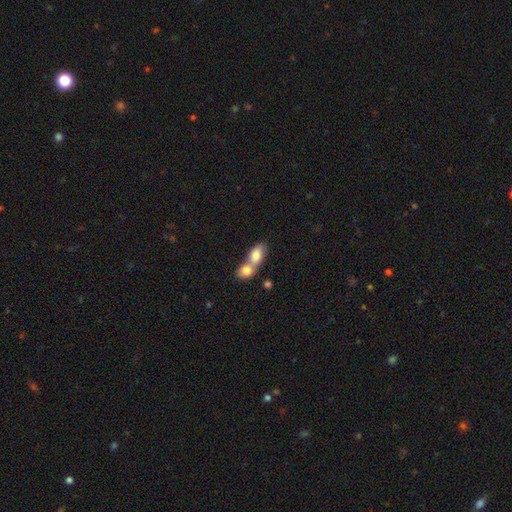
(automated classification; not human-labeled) Morphology: type=smooth (81%); roundness=in between (82%); merging=merger (74%).